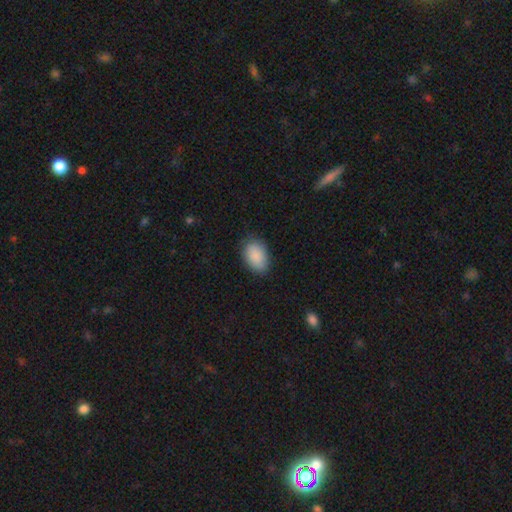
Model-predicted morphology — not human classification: Overall: smooth (89%). How rounded: in between (89%). Merging: none (81%).